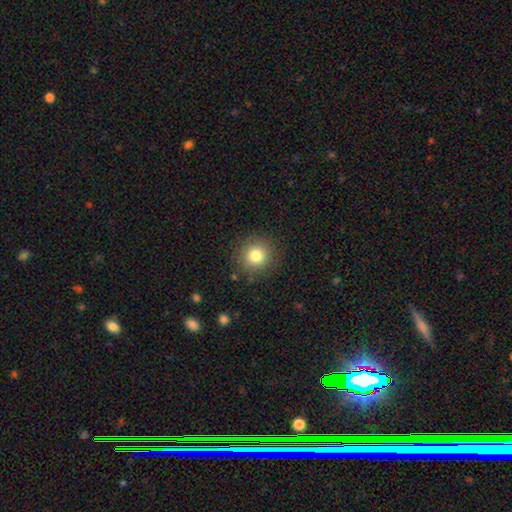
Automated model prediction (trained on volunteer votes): Overall: smooth (80%). How rounded: round (92%). Merging: none (88%).